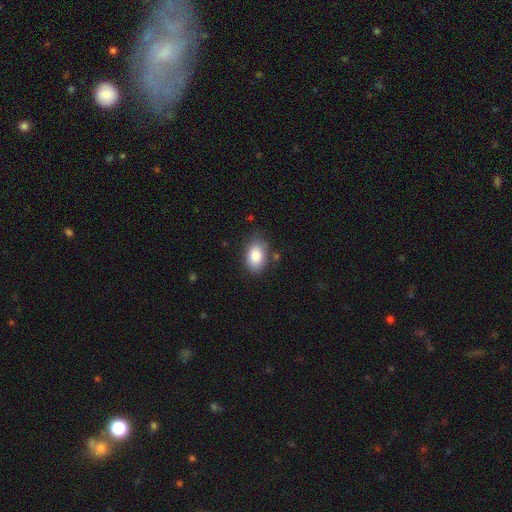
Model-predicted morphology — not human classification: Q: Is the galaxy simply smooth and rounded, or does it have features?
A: smooth — 84%.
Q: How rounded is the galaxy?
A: in between — 86%.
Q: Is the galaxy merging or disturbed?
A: none — 76%.